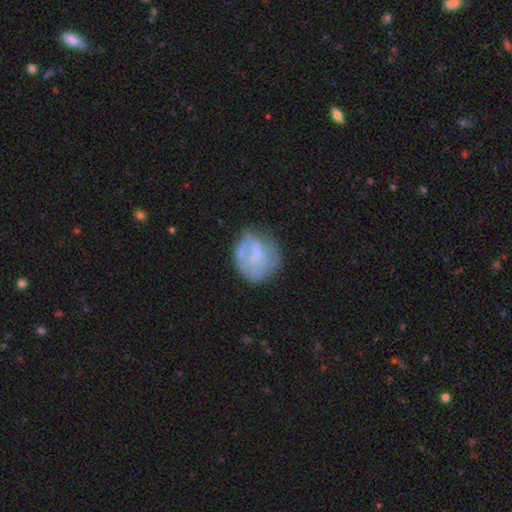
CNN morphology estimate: Overall: smooth (48%; featured or disk 43%). Merging: none (57%; minor disturbance 24%).